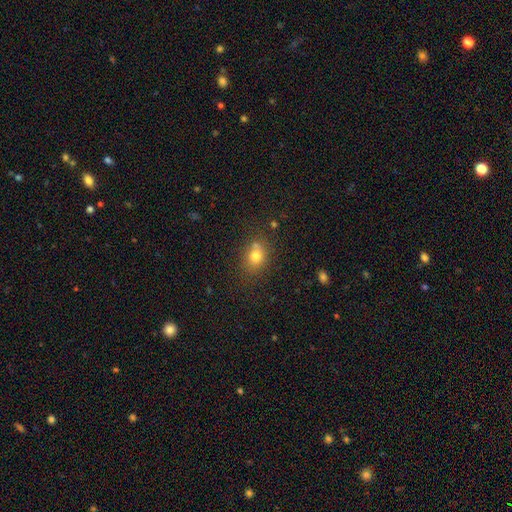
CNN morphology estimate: Overall: smooth (76%). How rounded: in between (52%; round 47%). Merging: none (64%).